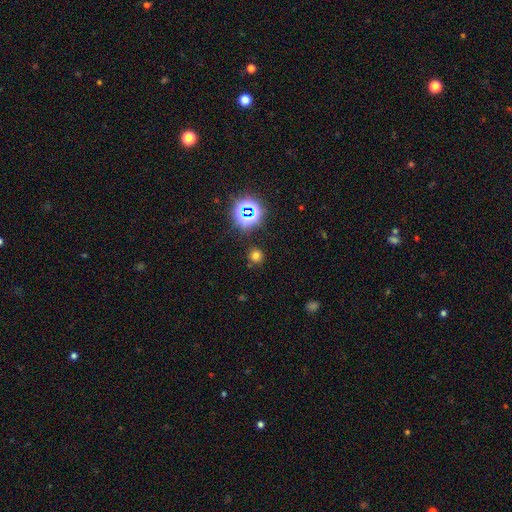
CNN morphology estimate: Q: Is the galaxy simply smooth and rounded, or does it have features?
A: smooth — 66%.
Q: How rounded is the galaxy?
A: round — 92%.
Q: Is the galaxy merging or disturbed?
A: none — 87%.